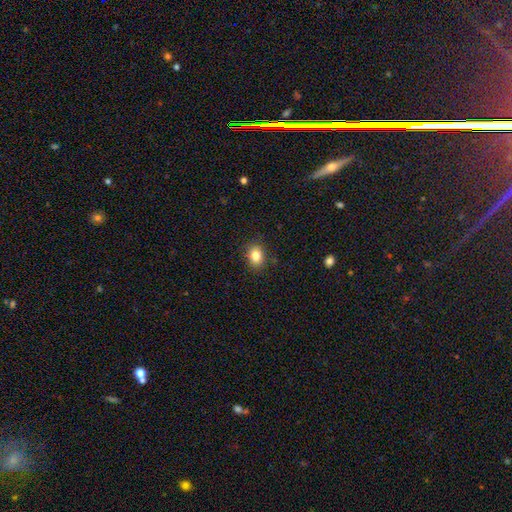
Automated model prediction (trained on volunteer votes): smooth-or-featured: smooth: 84% | star or artifact: 10% | featured or disk: 7%
  how-rounded: in between: 56% | round: 43% | cigar-shaped: 1%
  merging: none: 87% | minor disturbance: 10% | major disturbance: 2% | merger: 1%